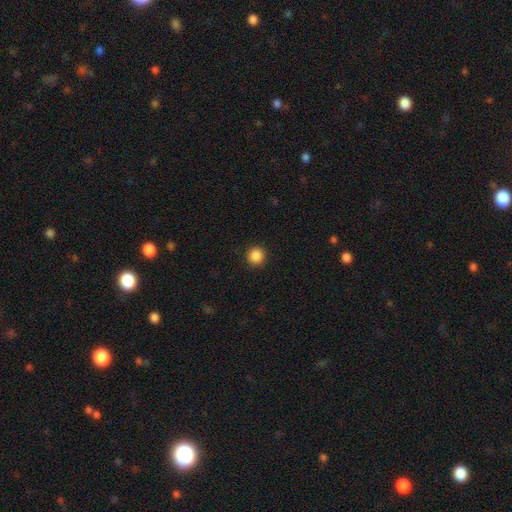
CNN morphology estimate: smooth 87%, star or artifact 10%, featured or disk 3%. Down the decision tree: how rounded — round (94%); merging — none (92%).